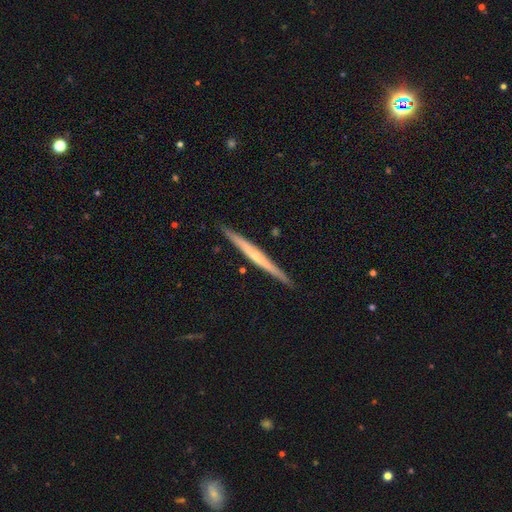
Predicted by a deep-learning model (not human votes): smooth_or_featured: featured or disk (p=0.68) [alt: smooth p=0.26]
disk_edge_on: yes (p=0.97) [alt: no p=0.03]
edge_on_bulge: none (p=0.49) [alt: rounded p=0.46]
merging: none (p=0.90) [alt: minor disturbance p=0.07]